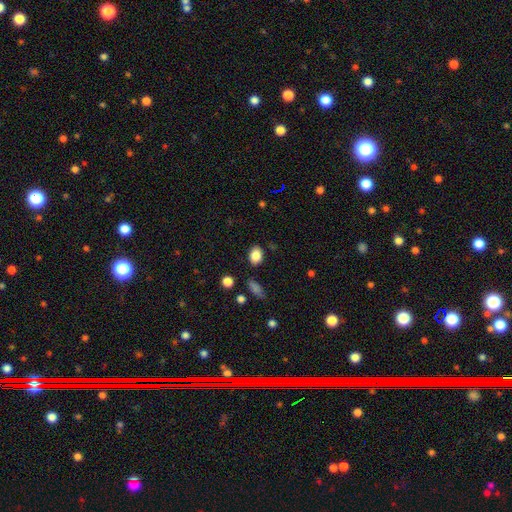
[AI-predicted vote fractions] Smooth or featured? Predicted: smooth (p=0.85). How rounded? Predicted: in between (p=0.72). Merging? Predicted: none (p=0.83).